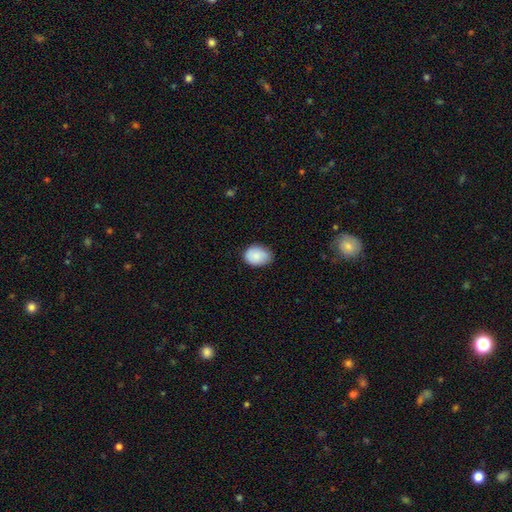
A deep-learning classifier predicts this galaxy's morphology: Smooth or featured: smooth — 85% (featured or disk — 8%)
How rounded: in between — 65% (round — 34%)
Merging: none — 68% (minor disturbance — 27%)